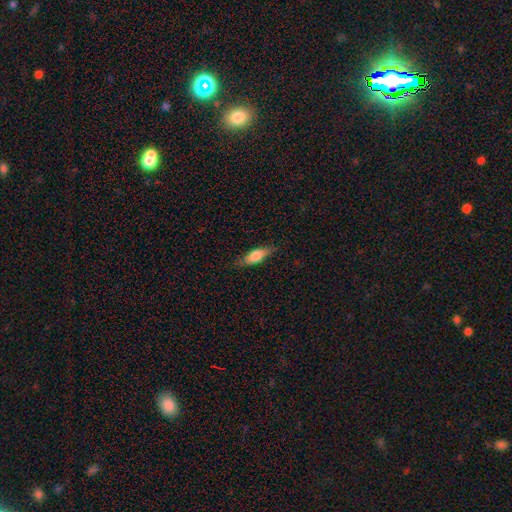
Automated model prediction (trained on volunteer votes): The model was most divided on "how rounded": in between: 60%, cigar-shaped: 38%, round: 3%. More confident: merging — none (82%); smooth or featured — smooth (71%).